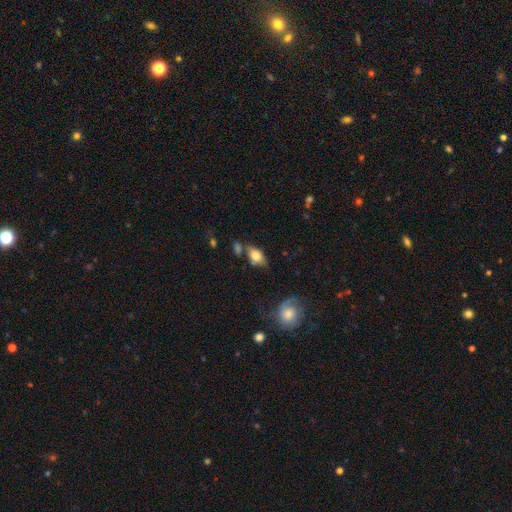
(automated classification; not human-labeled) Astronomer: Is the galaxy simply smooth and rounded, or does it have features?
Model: smooth — 72%.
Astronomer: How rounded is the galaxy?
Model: in between — 86%.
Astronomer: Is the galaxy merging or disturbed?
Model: none — 61%.